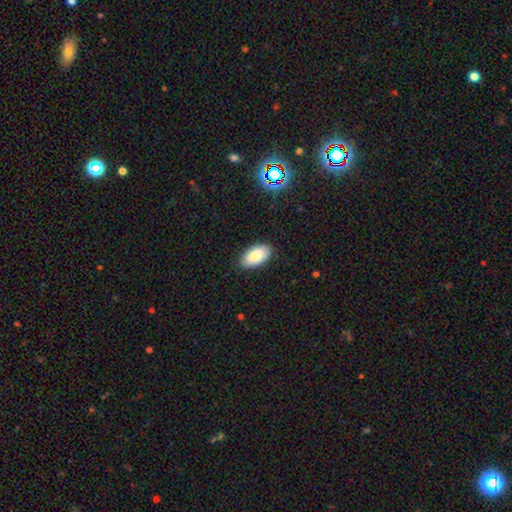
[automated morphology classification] smooth 84%, featured or disk 9%, star or artifact 7%. Down the decision tree: how rounded — in between (95%); merging — none (85%).